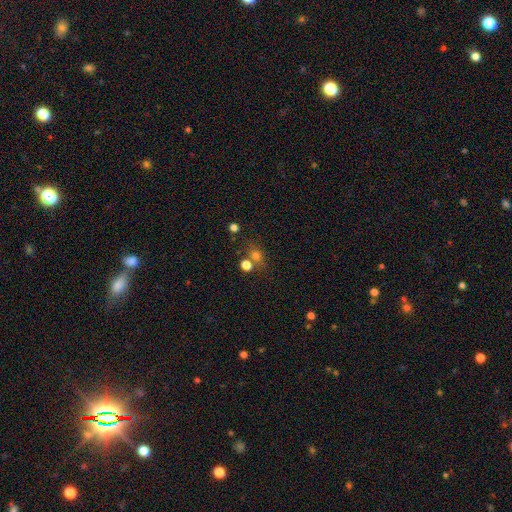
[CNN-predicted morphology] The model was most divided on "how rounded": round: 50%, in between: 48%, cigar-shaped: 2%. More confident: smooth or featured — smooth (73%); merging — none (58%).